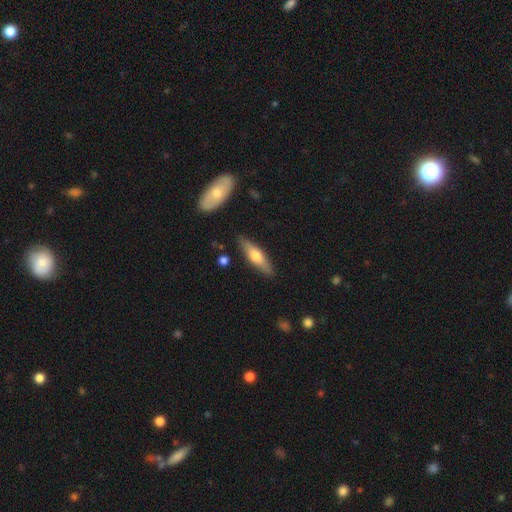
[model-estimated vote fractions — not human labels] This is possibly a smooth galaxy (51%). How rounded: likely cigar-shaped (66%). Merging: clearly none (87%).